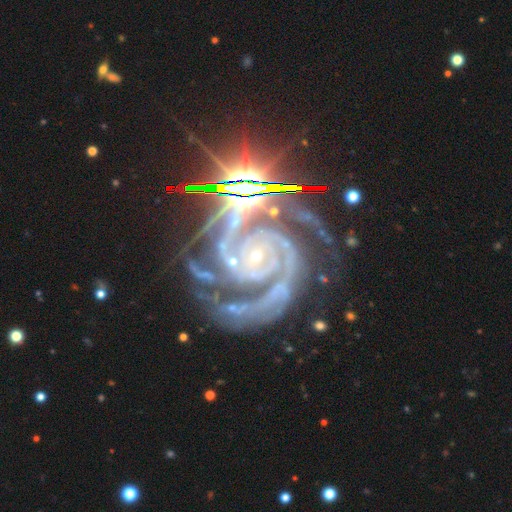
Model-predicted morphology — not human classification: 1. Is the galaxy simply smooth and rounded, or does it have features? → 90% featured or disk, 8% star or artifact, 3% smooth.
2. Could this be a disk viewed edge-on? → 98% no, 2% yes.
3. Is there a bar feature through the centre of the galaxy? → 61% no, 21% weak, 18% strong.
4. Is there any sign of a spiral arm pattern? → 99% yes, 1% no.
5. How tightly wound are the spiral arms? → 72% tight, 25% medium, 3% loose.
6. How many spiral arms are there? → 40% 2, 25% 3, 10% 4, 9% can't tell, 8% more than 4, 7% 1.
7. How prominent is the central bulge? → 85% small, 10% moderate, 2% none, 1% large, 1% dominant.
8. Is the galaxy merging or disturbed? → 65% none, 19% minor disturbance, 10% major disturbance, 6% merger.